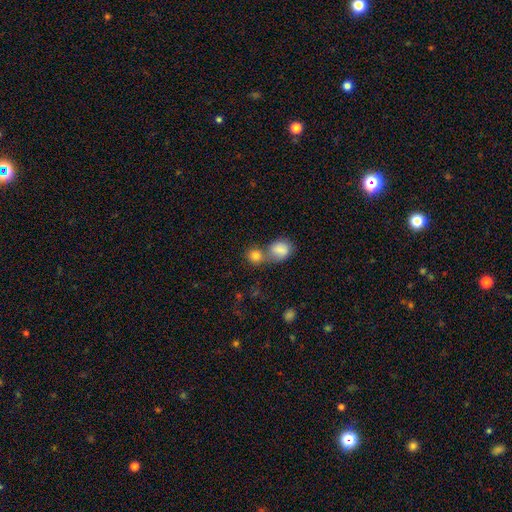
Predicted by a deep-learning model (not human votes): A smooth galaxy with no disk features (82%) that is round (79%). Merging: merger (52%).